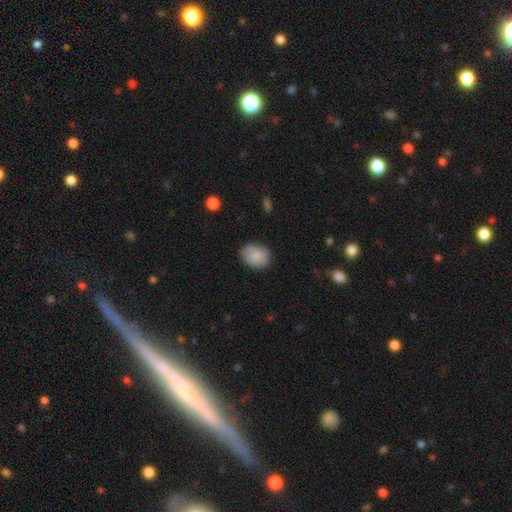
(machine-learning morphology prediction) type=smooth (88%); roundness=in between (62%); merging=none (82%).